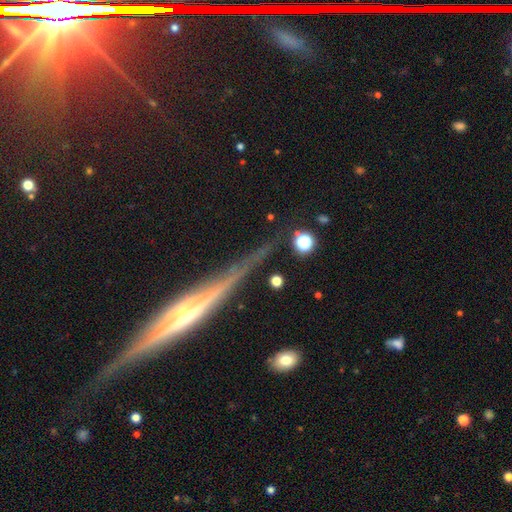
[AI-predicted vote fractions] smooth-or-featured: featured or disk: 73% | star or artifact: 14% | smooth: 13%
  disk-edge-on: yes: 94% | no: 6%
    edge-on-bulge: rounded: 67% | boxy: 17% | none: 16%
  merging: none: 82% | minor disturbance: 12% | major disturbance: 3% | merger: 3%